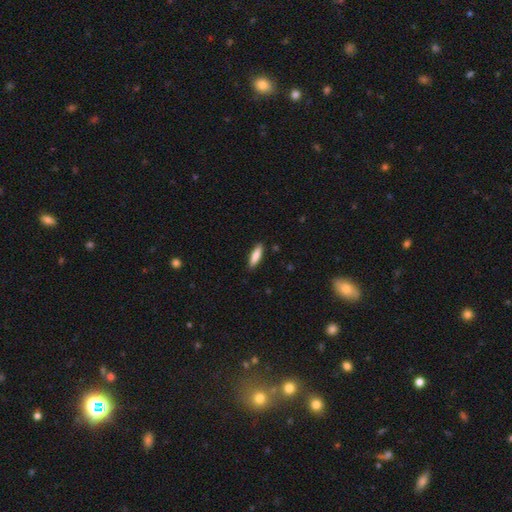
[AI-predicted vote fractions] The model was most divided on "how rounded": cigar-shaped: 61%, in between: 37%, round: 2%. More confident: merging — none (89%); smooth or featured — smooth (82%).